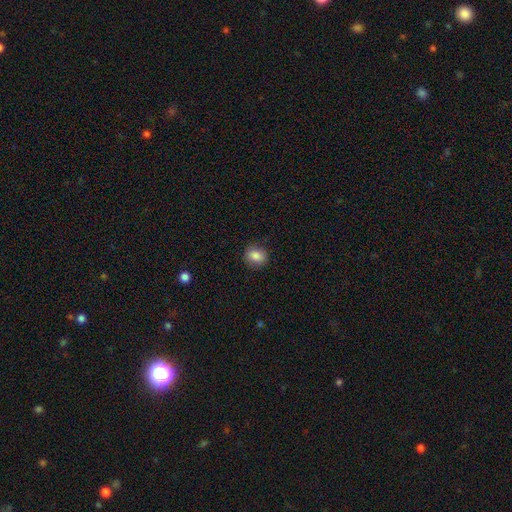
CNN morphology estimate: Smooth or featured: smooth — 85% (star or artifact — 9%)
How rounded: round — 62% (in between — 36%)
Merging: none — 86% (minor disturbance — 11%)